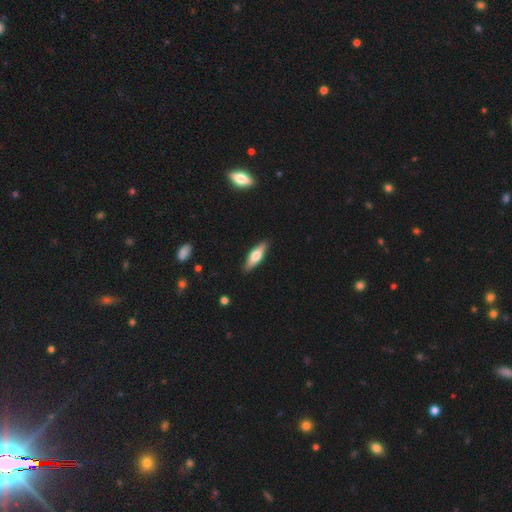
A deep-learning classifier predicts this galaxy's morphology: This is possibly a smooth galaxy (55%). How rounded: possibly cigar-shaped (57%). Merging: clearly none (89%).